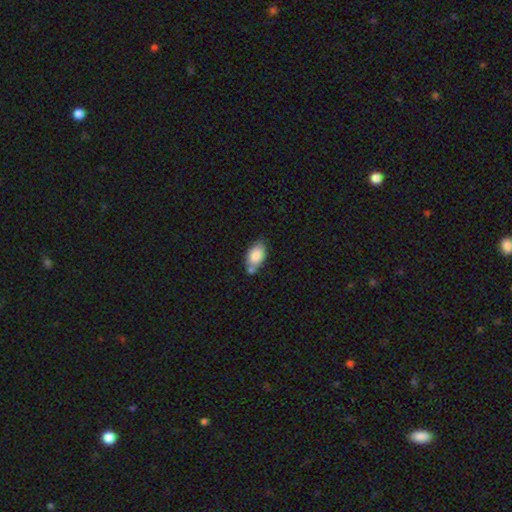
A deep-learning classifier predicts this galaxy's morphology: type=smooth (83%); roundness=in between (91%); merging=none (52%).